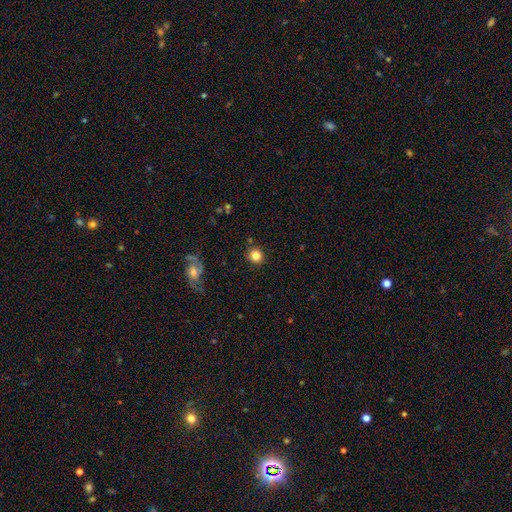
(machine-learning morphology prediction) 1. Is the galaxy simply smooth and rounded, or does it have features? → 82% smooth, 11% star or artifact, 7% featured or disk.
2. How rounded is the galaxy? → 89% round, 10% in between, 1% cigar-shaped.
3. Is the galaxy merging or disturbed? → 88% none, 7% minor disturbance, 2% major disturbance, 2% merger.